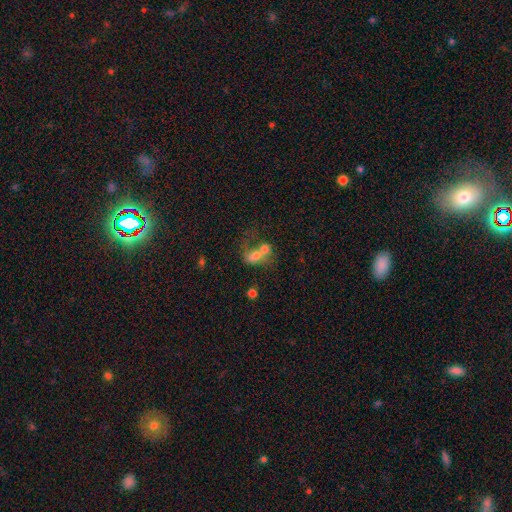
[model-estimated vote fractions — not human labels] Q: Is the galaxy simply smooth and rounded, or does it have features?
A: smooth — 57%.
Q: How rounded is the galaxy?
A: in between — 69%.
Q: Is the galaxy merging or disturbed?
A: merger — 70%.